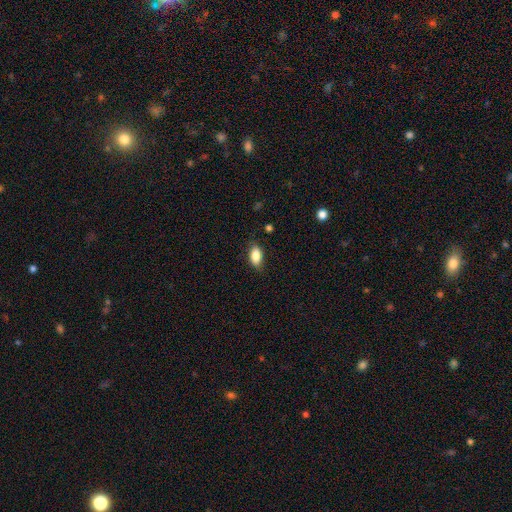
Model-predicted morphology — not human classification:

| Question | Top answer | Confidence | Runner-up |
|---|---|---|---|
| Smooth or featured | smooth | 85% | star or artifact (8%) |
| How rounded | in between | 89% | round (6%) |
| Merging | none | 81% | minor disturbance (15%) |